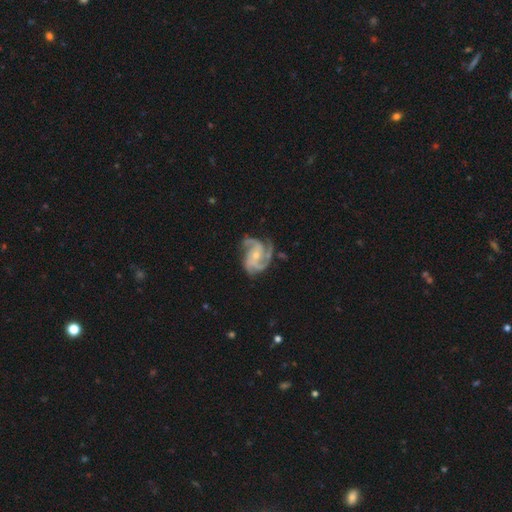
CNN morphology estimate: Q: Smooth or featured?
A: featured or disk (91%); runner-up: star or artifact (4%)
Q: Edge-on disk?
A: no (98%); runner-up: yes (2%)
Q: Bar?
A: no (65%); runner-up: weak (25%)
Q: Spiral arms?
A: yes (98%); runner-up: no (2%)
Q: Spiral winding?
A: medium (53%); runner-up: tight (37%)
Q: Spiral arm count?
A: 3 (66%); runner-up: 4 (13%)
Q: Bulge size?
A: small (60%); runner-up: moderate (37%)
Q: Merging?
A: none (65%); runner-up: minor disturbance (22%)